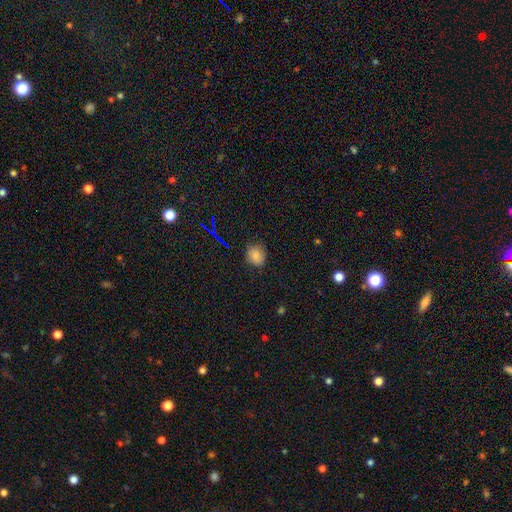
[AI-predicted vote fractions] This is likely a smooth galaxy (80%). How rounded: likely round (77%). Merging: likely none (79%).